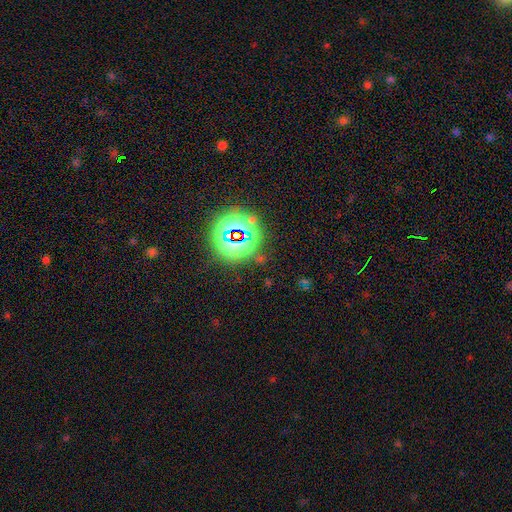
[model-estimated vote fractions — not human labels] smooth_or_featured: star or artifact (p=0.77) [alt: smooth p=0.15]